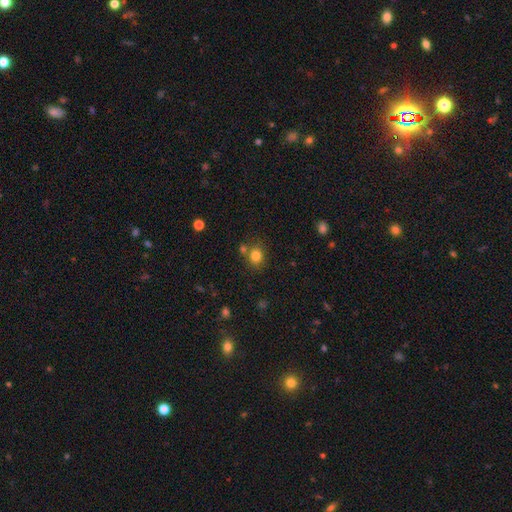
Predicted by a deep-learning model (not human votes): Q: Smooth or featured?
A: smooth (81%); runner-up: star or artifact (13%)
Q: How rounded?
A: round (75%); runner-up: in between (25%)
Q: Merging?
A: none (68%); runner-up: merger (16%)